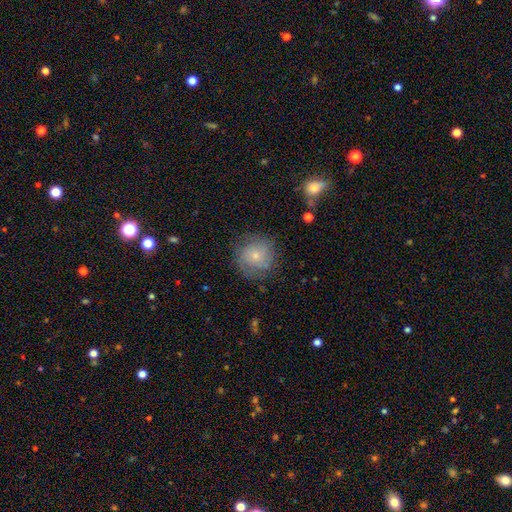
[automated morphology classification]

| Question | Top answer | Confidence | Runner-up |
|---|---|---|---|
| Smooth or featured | smooth | 69% | featured or disk (22%) |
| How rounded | round | 92% | in between (7%) |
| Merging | none | 75% | minor disturbance (17%) |